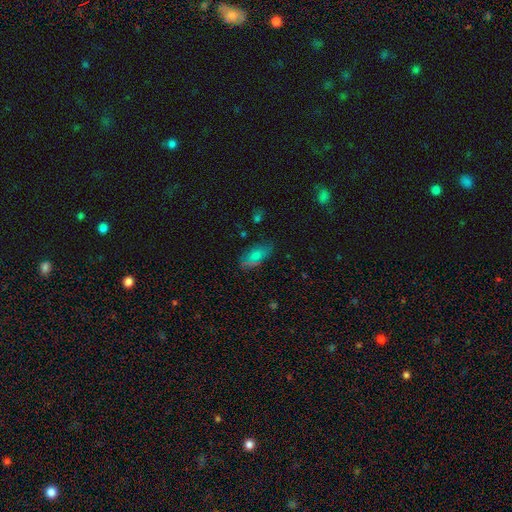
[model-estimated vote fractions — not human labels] Smooth or featured?
  - smooth: 55% *
  - featured or disk: 28%
  - star or artifact: 18%
How rounded?
  - in between: 84% *
  - cigar-shaped: 10%
  - round: 6%
Merging?
  - none: 71% *
  - minor disturbance: 19%
  - major disturbance: 6%
  - merger: 3%